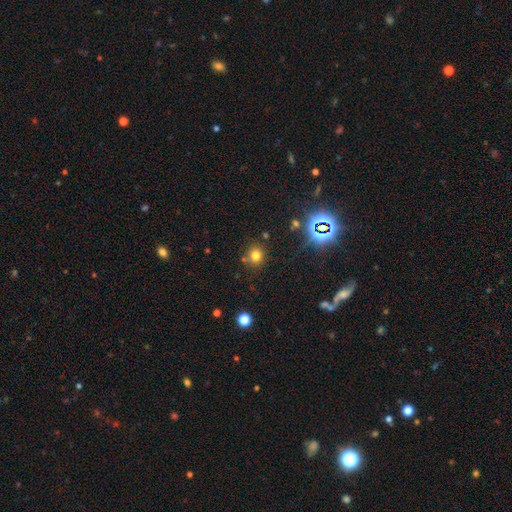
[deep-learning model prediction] Smooth or featured?
  - smooth: 71% *
  - star or artifact: 21%
  - featured or disk: 8%
How rounded?
  - round: 82% *
  - in between: 17%
  - cigar-shaped: 1%
Merging?
  - none: 75% *
  - minor disturbance: 12%
  - merger: 9%
  - major disturbance: 4%